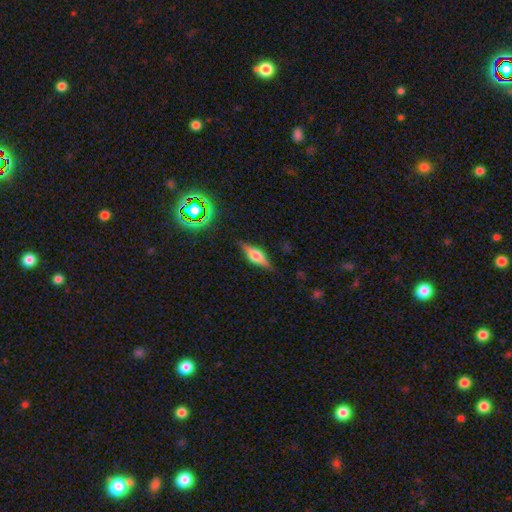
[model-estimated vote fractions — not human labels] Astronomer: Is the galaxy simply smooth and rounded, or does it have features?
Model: featured or disk — 57% (runner-up: smooth, 34%).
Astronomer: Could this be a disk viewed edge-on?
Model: yes — 93%.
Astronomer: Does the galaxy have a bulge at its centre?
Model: rounded — 88%.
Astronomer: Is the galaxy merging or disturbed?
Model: none — 84%.